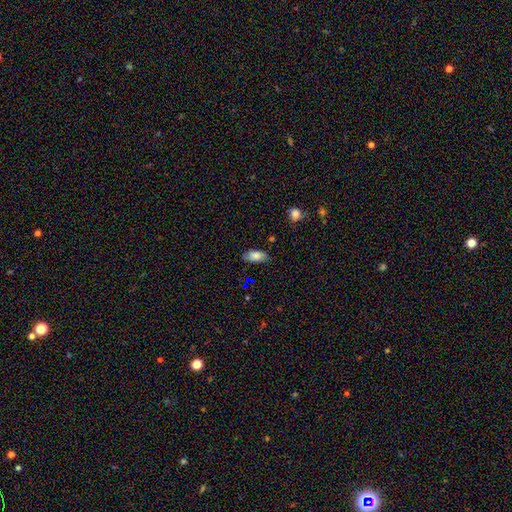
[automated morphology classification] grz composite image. It shows a smooth galaxy with no disk features (81%) that is in between round and cigar-shaped (87%). Merging: none (78%).